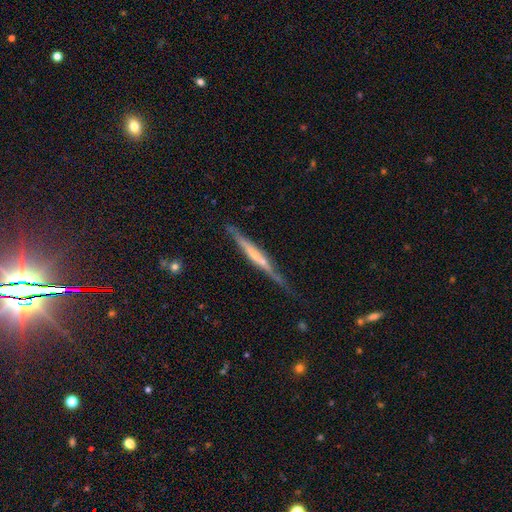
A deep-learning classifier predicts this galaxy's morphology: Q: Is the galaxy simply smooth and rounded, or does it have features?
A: featured or disk — 68%.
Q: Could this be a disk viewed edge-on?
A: yes — 95%.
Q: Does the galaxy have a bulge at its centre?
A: none — 54%.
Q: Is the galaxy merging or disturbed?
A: none — 72%.